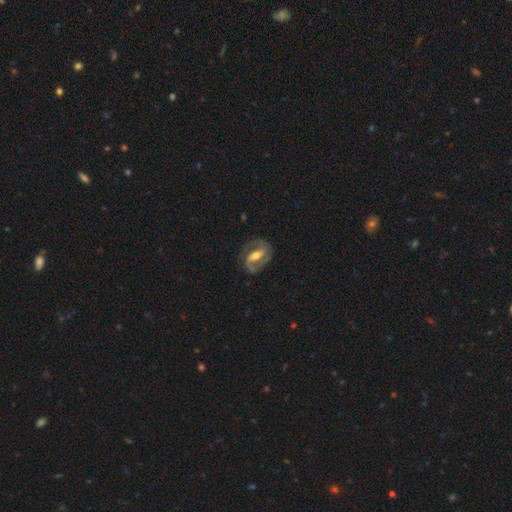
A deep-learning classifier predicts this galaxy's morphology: Overall: featured or disk (84%). Edge-on disk: no (95%). Bar: strong (57%; weak 30%). Spiral arms: yes (89%). Spiral arm count: 2 (85%). Spiral winding: medium (49%; tight 33%). Bulge size: moderate (64%; small 24%). Merging: none (75%).